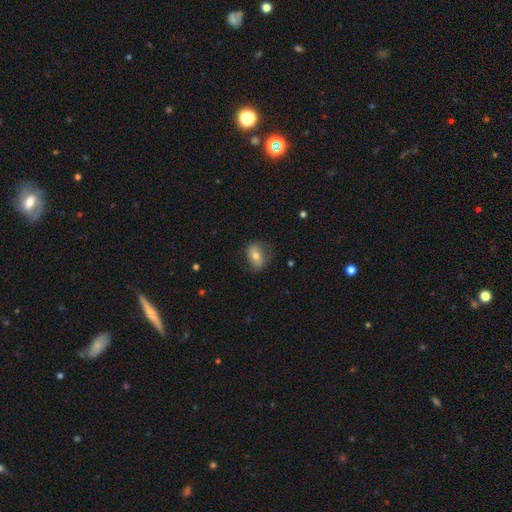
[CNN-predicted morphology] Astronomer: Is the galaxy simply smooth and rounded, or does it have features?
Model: smooth — 65%.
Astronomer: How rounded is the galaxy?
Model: in between — 79%.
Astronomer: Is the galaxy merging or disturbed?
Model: none — 68%.